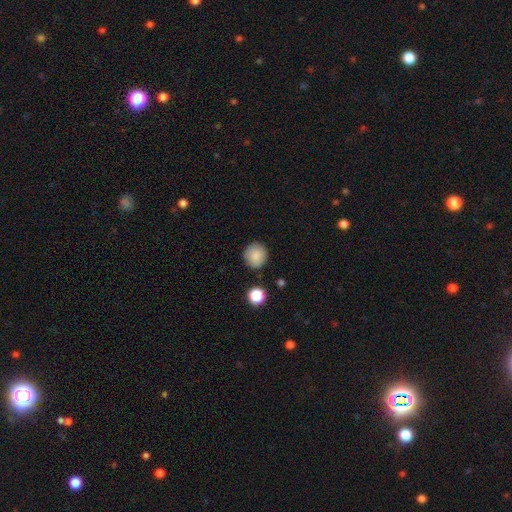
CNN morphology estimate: Smooth or featured? smooth (86%)
How rounded? round (92%)
Merging? none (87%)